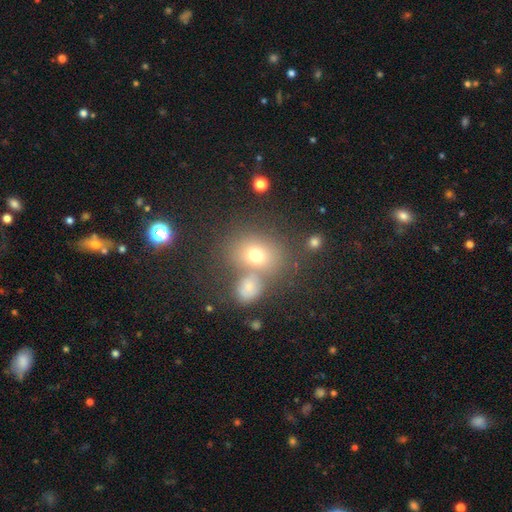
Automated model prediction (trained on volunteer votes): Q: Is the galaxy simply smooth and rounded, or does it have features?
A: smooth — 70%.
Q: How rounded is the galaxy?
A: round — 53%.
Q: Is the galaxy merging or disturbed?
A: none — 54%.